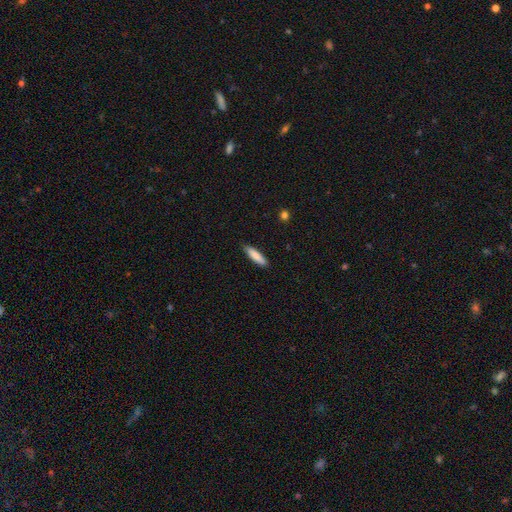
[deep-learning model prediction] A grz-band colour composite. It shows a smooth galaxy with no disk features (84%) that is cigar-shaped (74%). Merging: none (87%).